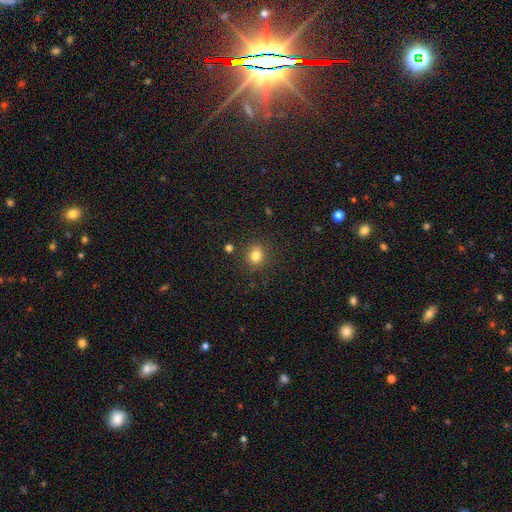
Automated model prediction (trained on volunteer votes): smooth_or_featured: smooth (p=0.81) [alt: star or artifact p=0.13]
how_rounded: round (p=0.73) [alt: in between p=0.26]
merging: none (p=0.85) [alt: minor disturbance p=0.09]